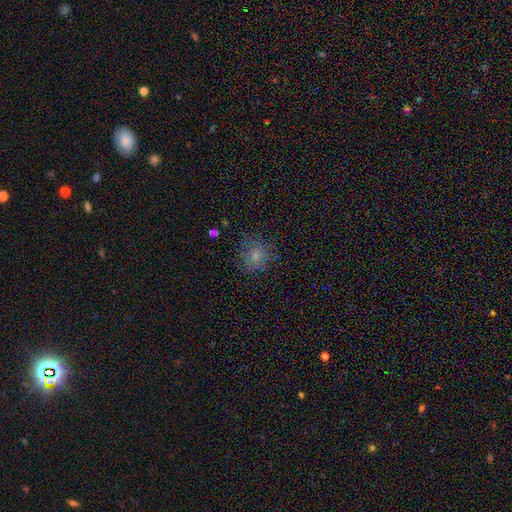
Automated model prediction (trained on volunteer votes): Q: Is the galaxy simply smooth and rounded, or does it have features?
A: smooth — 72%.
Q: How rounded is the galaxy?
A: round — 77%.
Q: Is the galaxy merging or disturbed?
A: none — 74%.